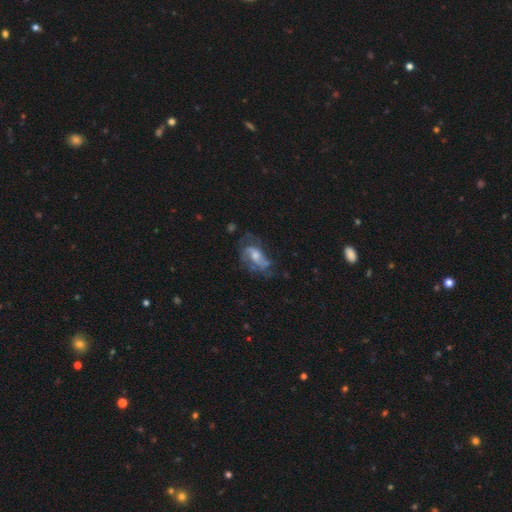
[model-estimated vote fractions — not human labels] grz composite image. It shows a featured or disk galaxy (61%) with no bar (62%), spiral arms (64%) and a moderate central bulge (46%). Merging: none (42%).